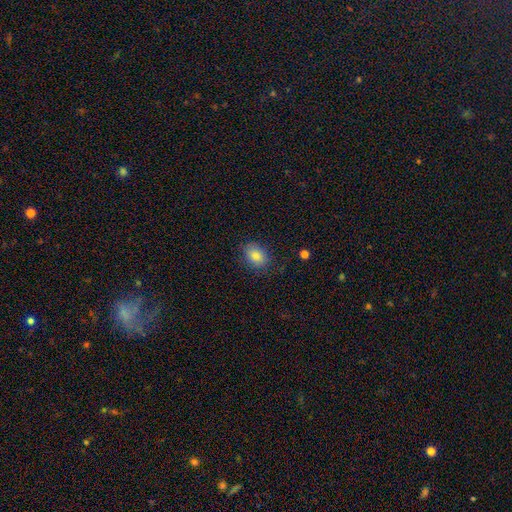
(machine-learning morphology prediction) Smooth or featured? smooth (85%)
How rounded? in between (75%)
Merging? none (81%)